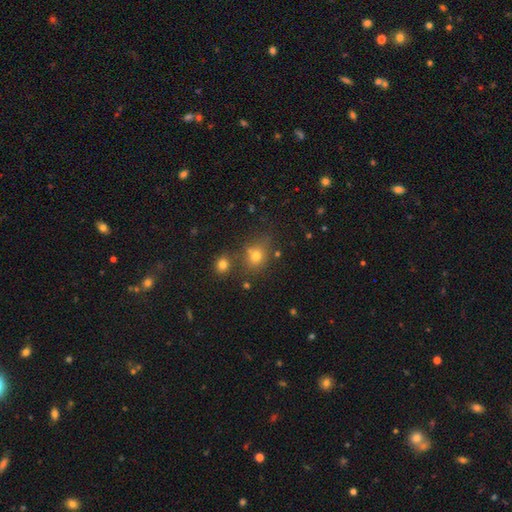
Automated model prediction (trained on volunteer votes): The model was most divided on "how rounded": round: 63%, in between: 36%, cigar-shaped: 1%. More confident: smooth or featured — smooth (71%); merging — none (67%).